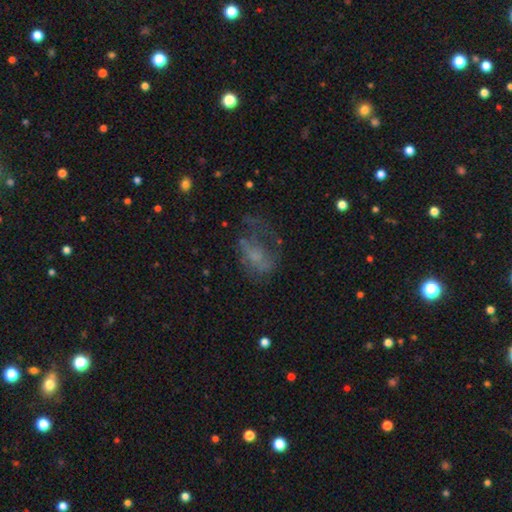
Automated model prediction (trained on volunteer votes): Morphology: type=featured or disk (46%); merging=major disturbance (44%).